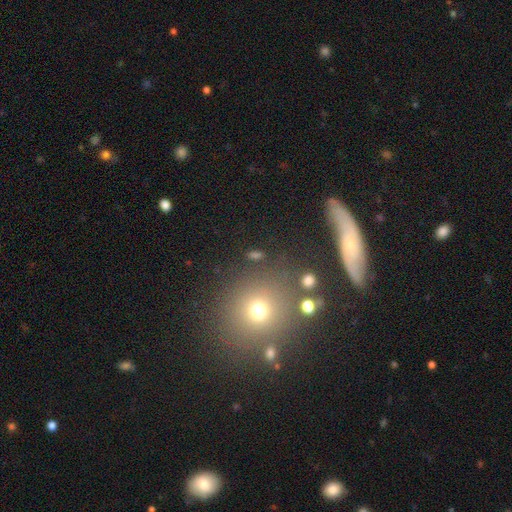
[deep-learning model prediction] smooth-or-featured: smooth: 58% | star or artifact: 25% | featured or disk: 18%
  how-rounded: round: 67% | in between: 25% | cigar-shaped: 8%
  merging: none: 74% | minor disturbance: 12% | merger: 8% | major disturbance: 6%